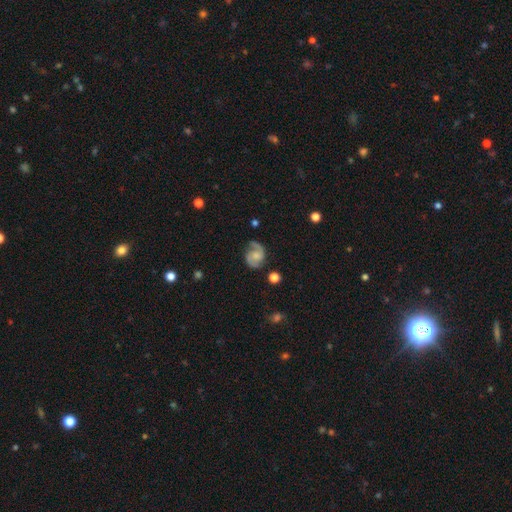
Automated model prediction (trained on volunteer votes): smooth-or-featured: featured or disk: 79% | smooth: 15% | star or artifact: 6%
  disk-edge-on: no: 98% | yes: 2%
    bar: no: 59% | weak: 36% | strong: 6%
    has-spiral-arms: yes: 96% | no: 4%
      spiral-winding: medium: 50% | tight: 27% | loose: 23%
      spiral-arm-count: 2: 83% | 1: 9% | can't tell: 4% | 3: 1% | 4: 1% | more than 4: 1%
    bulge-size: small: 42% | moderate: 33% | none: 20% | large: 4% | dominant: 1%
  merging: none: 69% | minor disturbance: 20% | major disturbance: 9% | merger: 2%